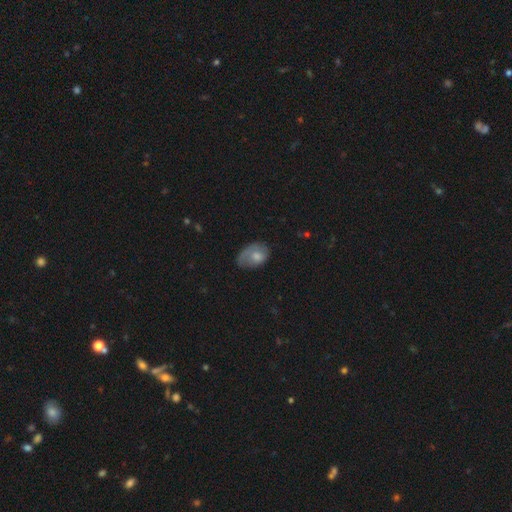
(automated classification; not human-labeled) Smooth or featured: smooth — 65% (featured or disk — 27%)
How rounded: in between — 81% (round — 17%)
Merging: none — 39% (minor disturbance — 35%)